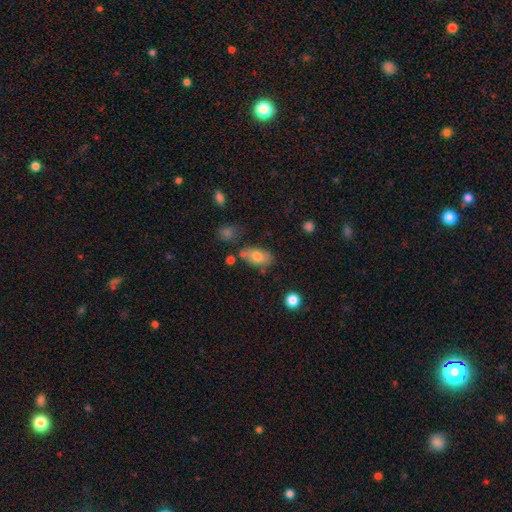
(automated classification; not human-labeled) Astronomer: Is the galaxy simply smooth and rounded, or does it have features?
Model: smooth — 74%.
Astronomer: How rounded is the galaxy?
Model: in between — 90%.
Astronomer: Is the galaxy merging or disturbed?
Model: none — 68%.